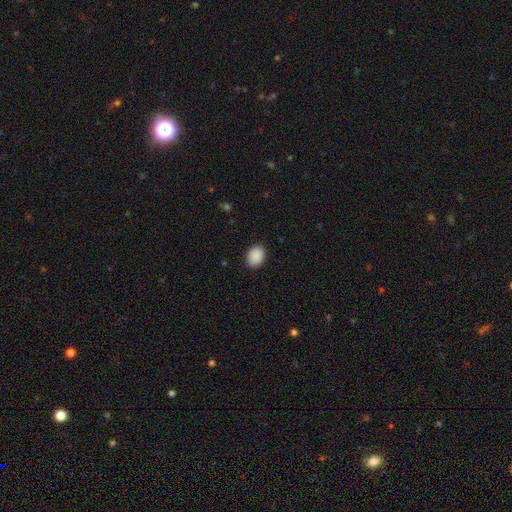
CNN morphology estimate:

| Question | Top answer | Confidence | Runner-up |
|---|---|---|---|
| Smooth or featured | smooth | 90% | star or artifact (7%) |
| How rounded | in between | 65% | round (34%) |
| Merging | none | 89% | minor disturbance (8%) |